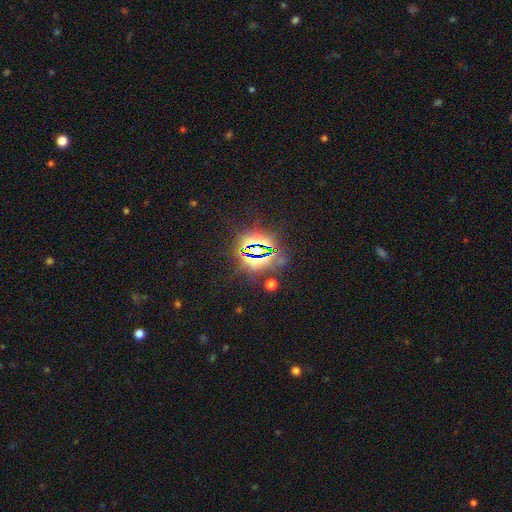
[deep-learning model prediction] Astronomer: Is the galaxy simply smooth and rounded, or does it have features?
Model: star or artifact — 81%.